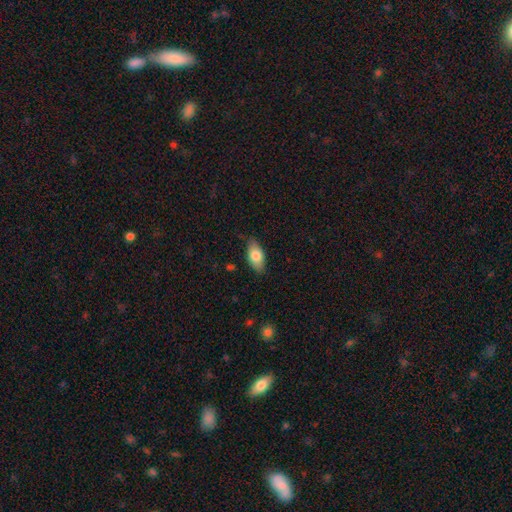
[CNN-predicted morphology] This appears to be a smooth galaxy with no disk features (78%) that is in between round and cigar-shaped (90%). Merging: none (79%).